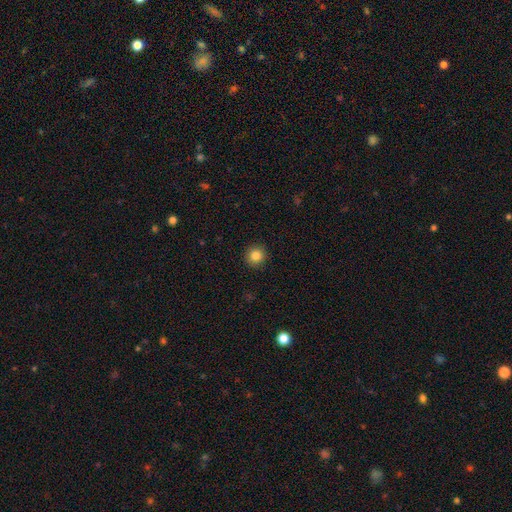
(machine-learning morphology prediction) A smooth galaxy with no disk features (84%) that is round (95%).

Vote fractions:
- Smooth or featured? smooth: 84% / star or artifact: 11% / featured or disk: 5%
- How rounded? round: 95% / in between: 4% / cigar-shaped: 1%
- Merging? none: 93% / minor disturbance: 5% / major disturbance: 2% / merger: 1%